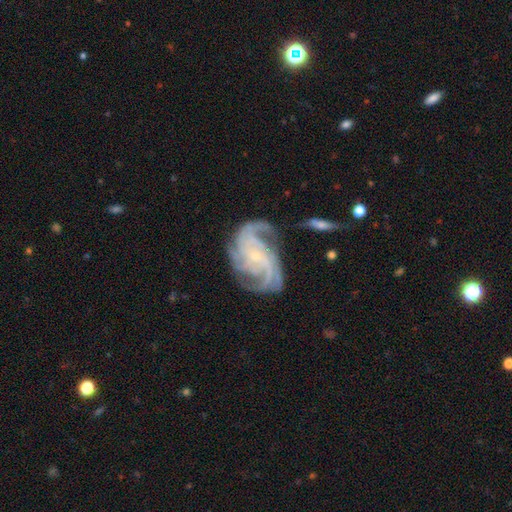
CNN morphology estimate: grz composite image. It shows a featured or disk galaxy (89%) with no bar (65%), 4 (38%) tight (54%) spiral arms (98%) and a small central bulge (83%). Merging: none (66%).